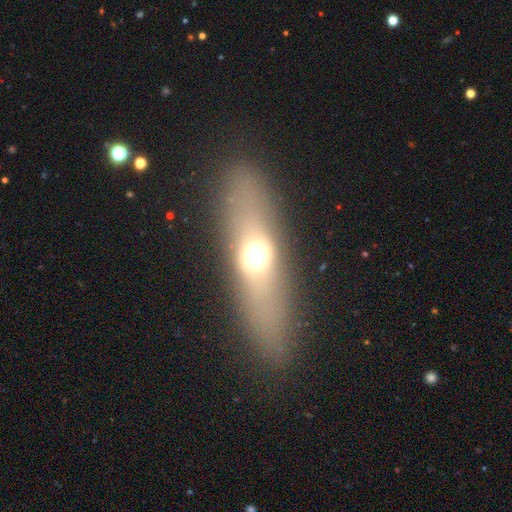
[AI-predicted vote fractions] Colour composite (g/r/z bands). It shows a smooth galaxy with no disk features (48%). Merging: none (85%).